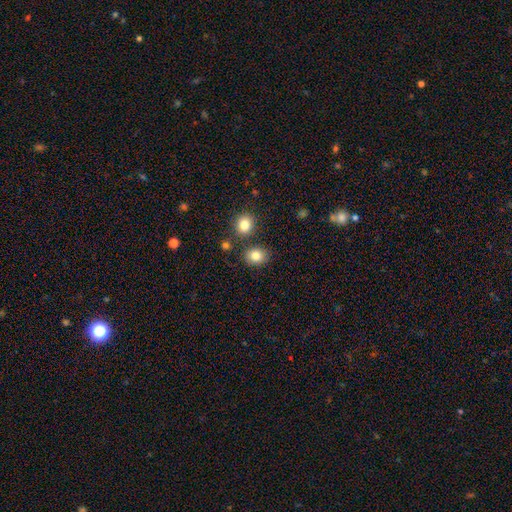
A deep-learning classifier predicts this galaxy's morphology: A smooth galaxy with no disk features (83%) that is round (55%). Merging: none (81%).